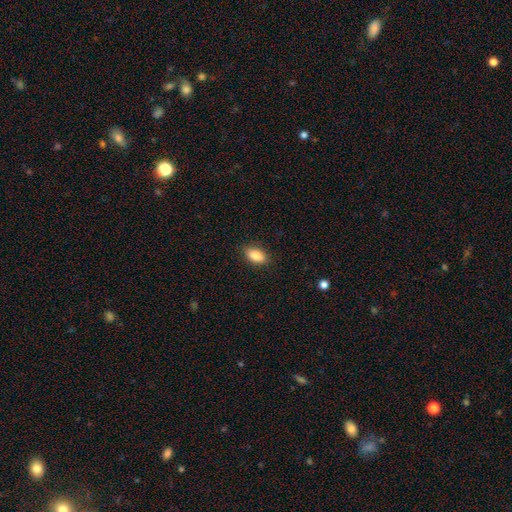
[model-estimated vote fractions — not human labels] Overall: smooth (87%). How rounded: in between (91%). Merging: none (88%).